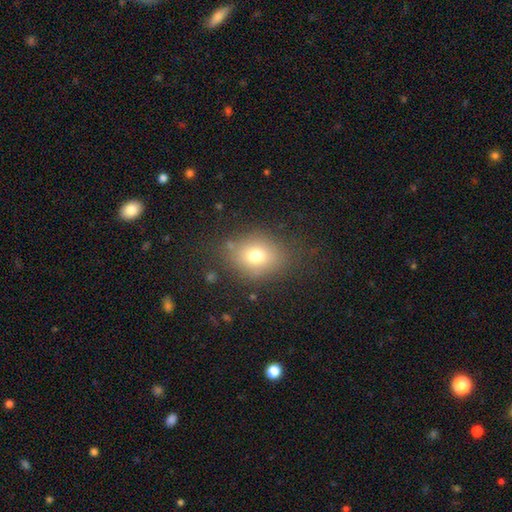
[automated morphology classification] This appears to be a smooth galaxy with no disk features (73%) that is round (52%). Merging: none (78%).